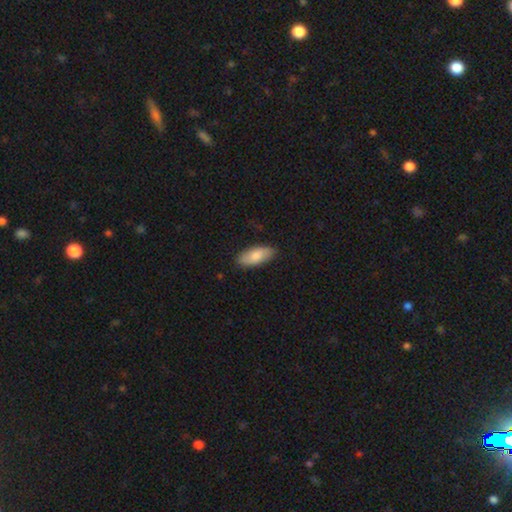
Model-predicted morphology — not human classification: Smooth or featured? smooth (82%)
How rounded? in between (84%)
Merging? none (86%)